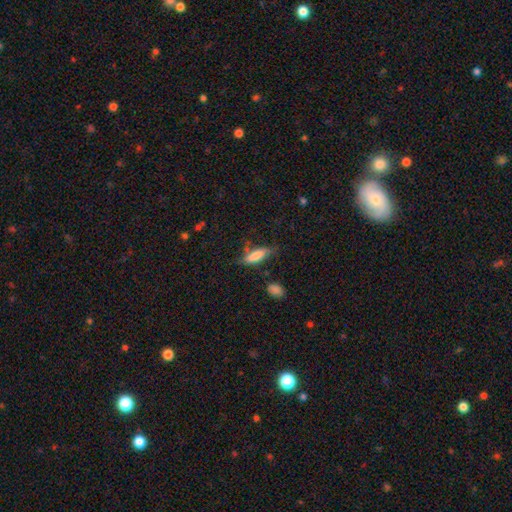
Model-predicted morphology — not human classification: type=smooth (75%); roundness=in between (60%); merging=none (59%).